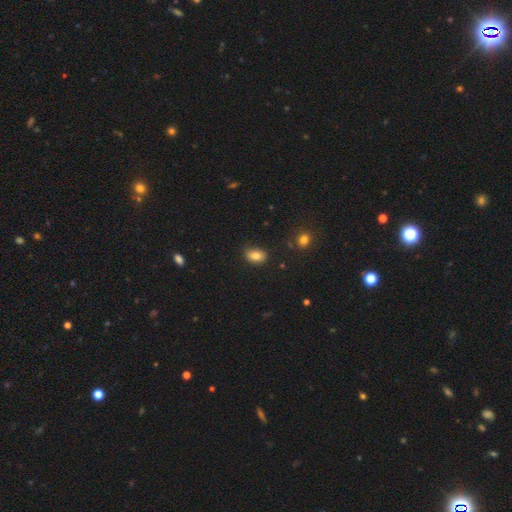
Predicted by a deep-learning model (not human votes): smooth_or_featured: smooth (p=0.82) [alt: star or artifact p=0.10]
how_rounded: in between (p=0.80) [alt: round p=0.18]
merging: none (p=0.75) [alt: minor disturbance p=0.19]